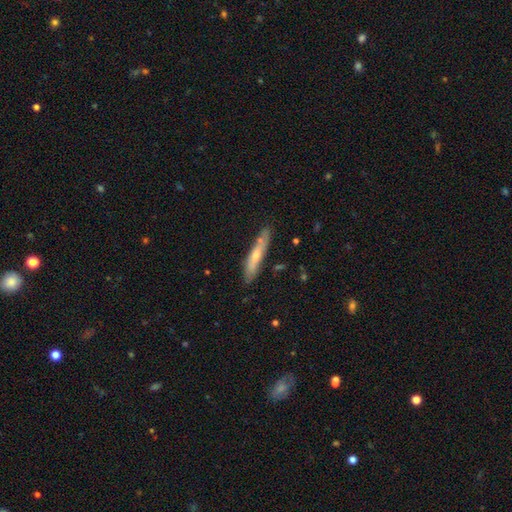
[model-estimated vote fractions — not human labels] A smooth galaxy with no disk features (48%).

Vote fractions:
- Smooth or featured? smooth: 48% / featured or disk: 46% / star or artifact: 6%
- Merging? none: 79% / minor disturbance: 16% / merger: 3% / major disturbance: 3%